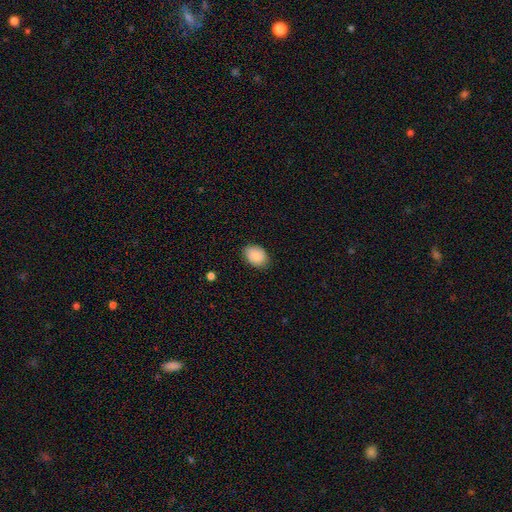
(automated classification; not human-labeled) Smooth or featured? smooth (87%)
How rounded? in between (68%)
Merging? none (81%)